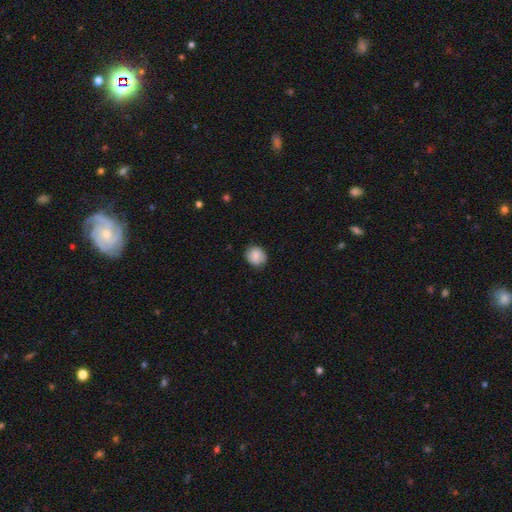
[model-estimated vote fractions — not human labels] smooth-or-featured: smooth: 81% | featured or disk: 11% | star or artifact: 8%
  how-rounded: round: 75% | in between: 25% | cigar-shaped: 1%
  merging: none: 84% | minor disturbance: 12% | major disturbance: 3% | merger: 1%